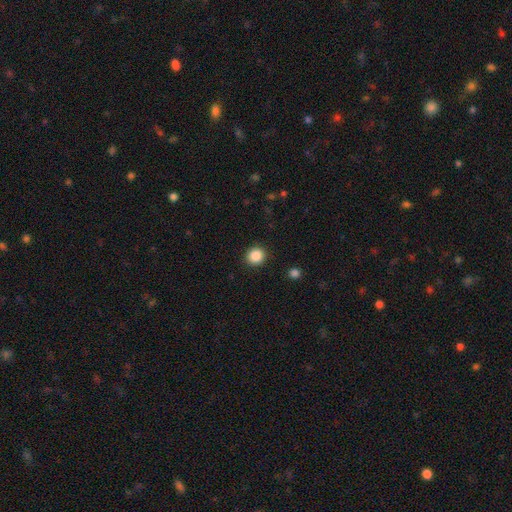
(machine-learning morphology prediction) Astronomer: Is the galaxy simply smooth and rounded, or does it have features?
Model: smooth — 87%.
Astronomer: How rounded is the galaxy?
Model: round — 90%.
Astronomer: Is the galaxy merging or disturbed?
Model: none — 91%.